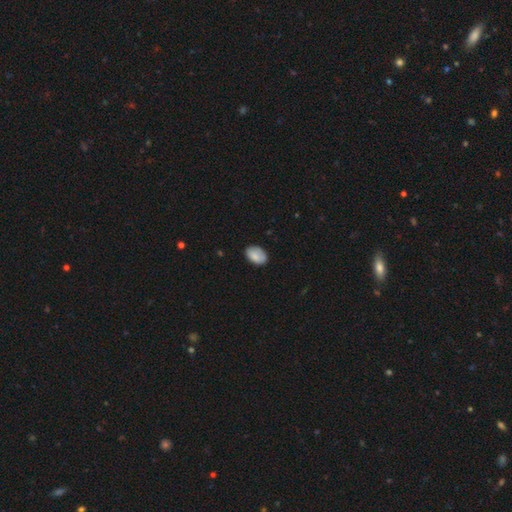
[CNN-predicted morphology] Smooth or featured? Predicted: smooth (p=0.83). How rounded? Predicted: in between (p=0.85). Merging? Predicted: none (p=0.77).